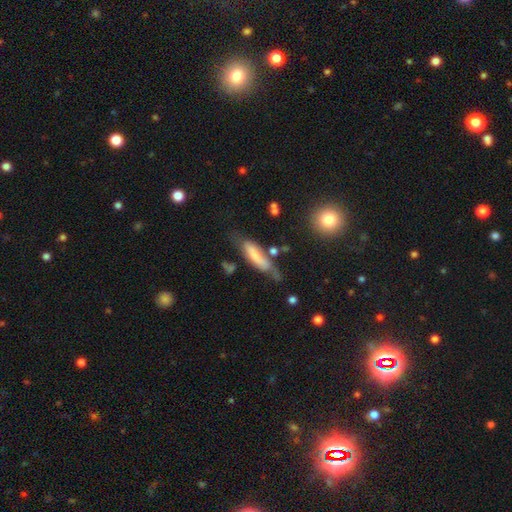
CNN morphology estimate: A smooth galaxy with no disk features (57%) that is cigar-shaped (58%).

Vote fractions:
- Smooth or featured? smooth: 57% / featured or disk: 36% / star or artifact: 7%
- How rounded? cigar-shaped: 58% / in between: 40% / round: 2%
- Merging? none: 41% / minor disturbance: 31% / major disturbance: 19% / merger: 9%